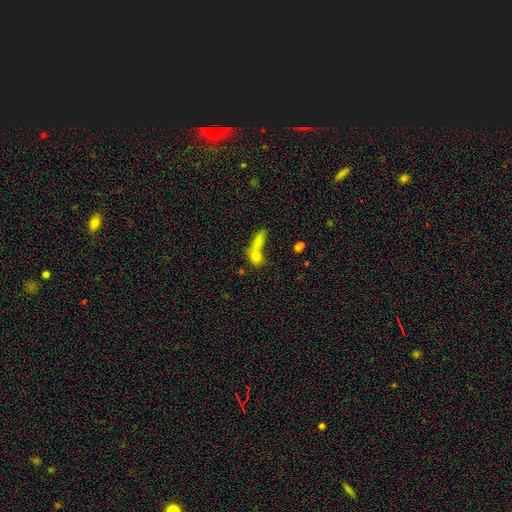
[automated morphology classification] A smooth galaxy with no disk features (75%) that is in between round and cigar-shaped (43%).

Vote fractions:
- Smooth or featured? smooth: 75% / featured or disk: 14% / star or artifact: 11%
- How rounded? in between: 43% / round: 38% / cigar-shaped: 19%
- Merging? merger: 51% / none: 32% / minor disturbance: 9% / major disturbance: 8%